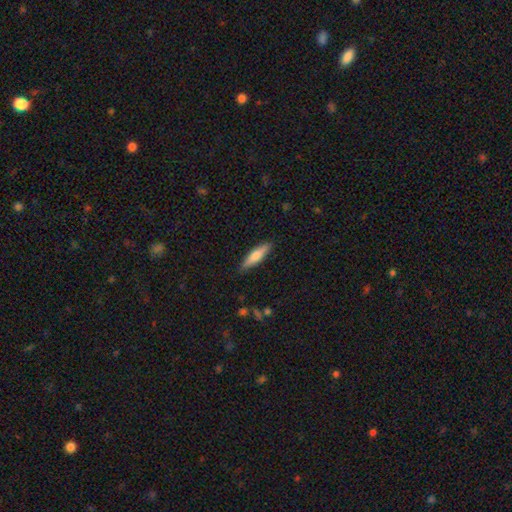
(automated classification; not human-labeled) Smooth or featured? Predicted: smooth (p=0.66). How rounded? Predicted: cigar-shaped (p=0.74). Merging? Predicted: none (p=0.88).